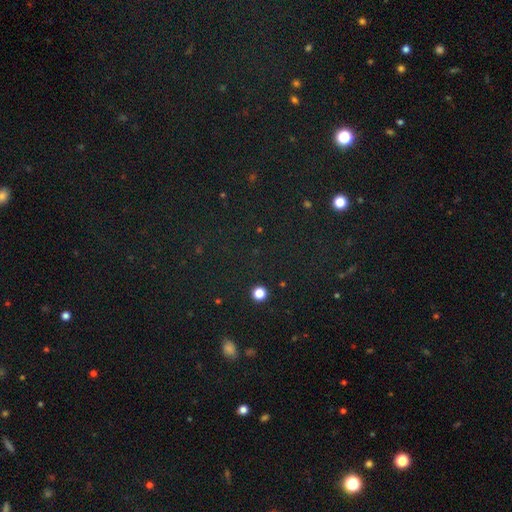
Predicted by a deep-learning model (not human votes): Morphology: type=star or artifact (72%).